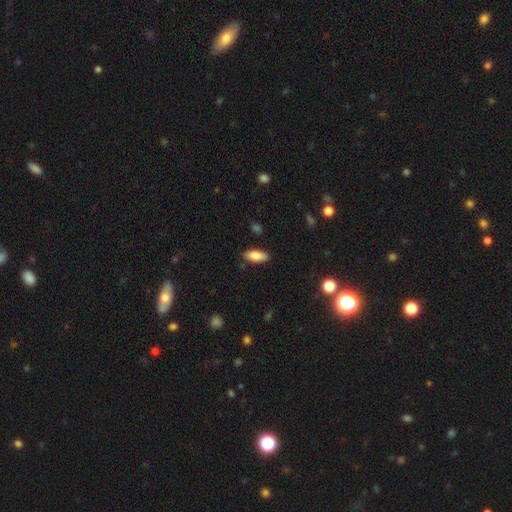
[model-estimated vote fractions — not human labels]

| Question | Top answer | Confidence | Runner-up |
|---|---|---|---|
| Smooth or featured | smooth | 84% | featured or disk (9%) |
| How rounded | in between | 81% | cigar-shaped (17%) |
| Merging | none | 85% | minor disturbance (11%) |